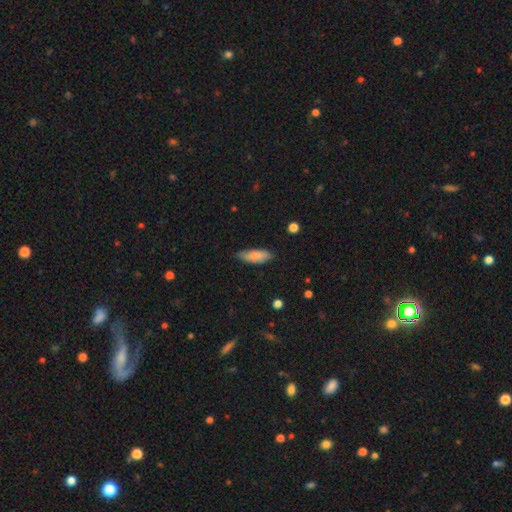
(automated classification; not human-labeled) Q: Smooth or featured?
A: smooth (79%); runner-up: featured or disk (14%)
Q: How rounded?
A: in between (55%); runner-up: cigar-shaped (43%)
Q: Merging?
A: none (74%); runner-up: minor disturbance (21%)